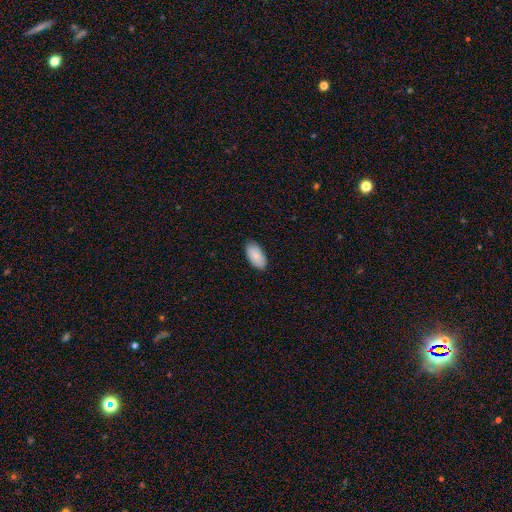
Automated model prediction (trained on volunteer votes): This is clearly a smooth galaxy (87%). How rounded: clearly in between (95%). Merging: clearly none (86%).